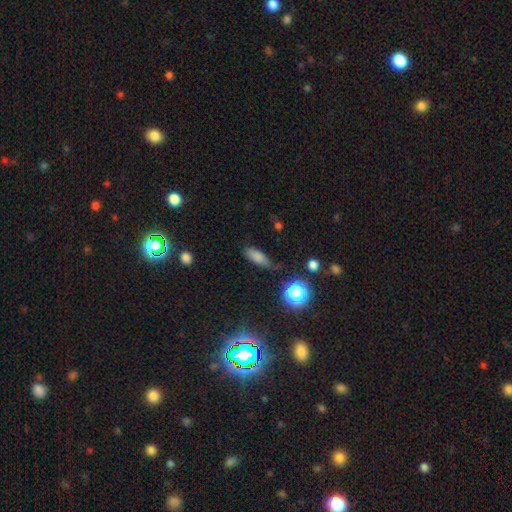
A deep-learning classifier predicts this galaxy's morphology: smooth_or_featured: smooth (p=0.78) [alt: star or artifact p=0.14]
how_rounded: in between (p=0.66) [alt: cigar-shaped p=0.28]
merging: none (p=0.68) [alt: minor disturbance p=0.23]